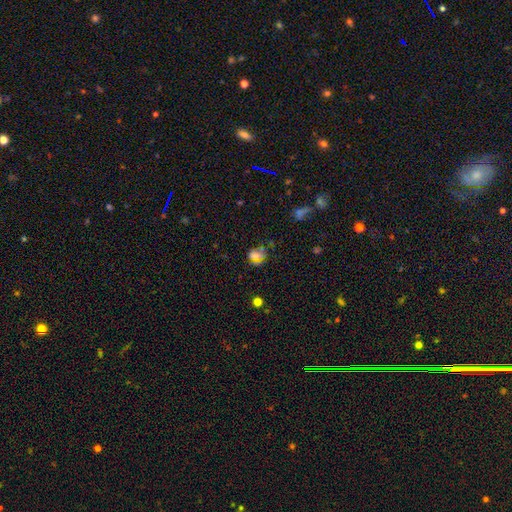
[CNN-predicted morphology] A smooth galaxy with no disk features (56%) that is round (63%). Merging: none (67%).